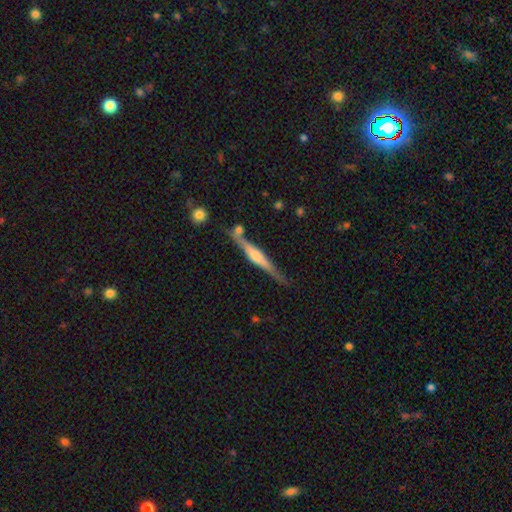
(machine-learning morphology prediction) Smooth or featured? featured or disk (71%)
Edge-on disk? yes (97%)
Edge-on bulge? rounded (67%)
Merging? none (73%)